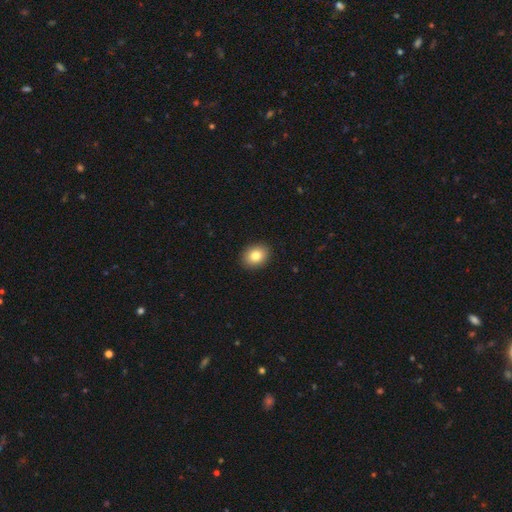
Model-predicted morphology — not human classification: Overall: smooth (83%). How rounded: in between (54%; round 45%). Merging: none (91%).